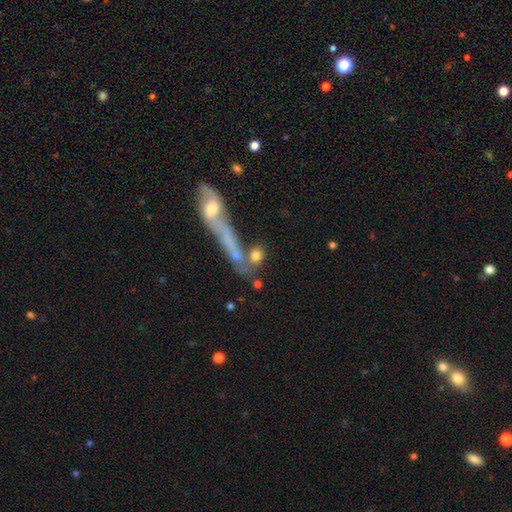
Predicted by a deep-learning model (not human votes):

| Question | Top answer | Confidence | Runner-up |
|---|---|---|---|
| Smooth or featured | smooth | 74% | featured or disk (16%) |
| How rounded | round | 40% | in between (36%) |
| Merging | none | 55% | merger (27%) |